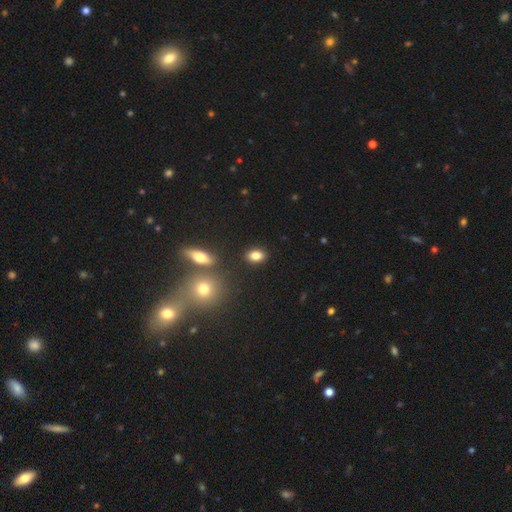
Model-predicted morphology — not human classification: A smooth galaxy with no disk features (84%) that is in between round and cigar-shaped (81%).

Vote fractions:
- Smooth or featured? smooth: 84% / star or artifact: 9% / featured or disk: 7%
- How rounded? in between: 81% / round: 17% / cigar-shaped: 2%
- Merging? none: 86% / minor disturbance: 8% / merger: 4% / major disturbance: 2%